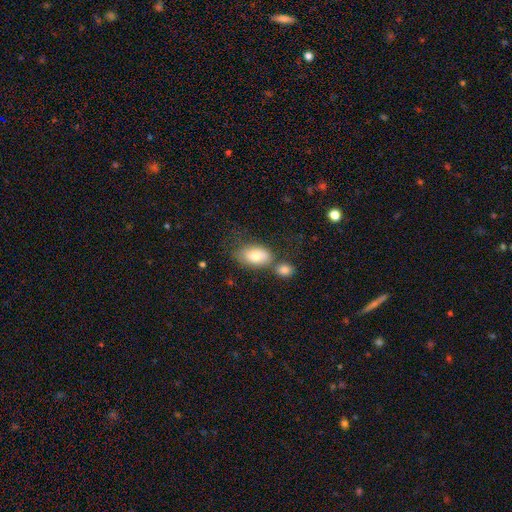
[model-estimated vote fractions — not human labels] Smooth or featured?
  - smooth: 75% *
  - featured or disk: 18%
  - star or artifact: 7%
How rounded?
  - in between: 90% *
  - round: 8%
  - cigar-shaped: 2%
Merging?
  - none: 48% *
  - merger: 28%
  - minor disturbance: 17%
  - major disturbance: 7%